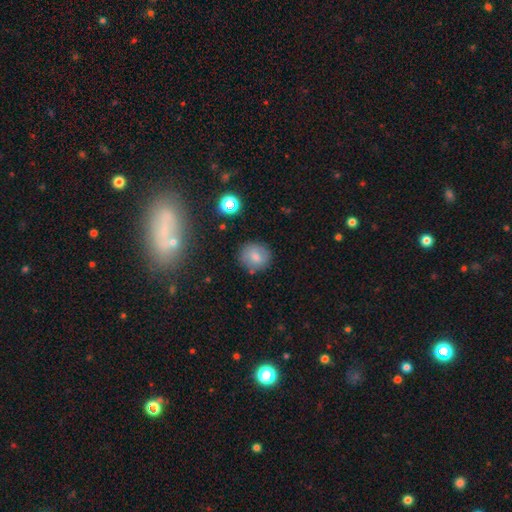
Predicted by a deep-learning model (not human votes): A smooth galaxy with no disk features (75%) that is round (86%). Merging: none (82%).